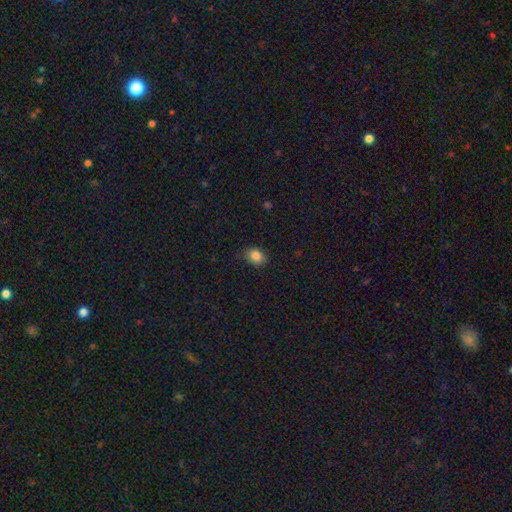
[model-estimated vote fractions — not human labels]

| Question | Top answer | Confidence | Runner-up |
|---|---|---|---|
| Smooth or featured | smooth | 86% | star or artifact (10%) |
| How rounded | in between | 69% | round (30%) |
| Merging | none | 77% | minor disturbance (19%) |